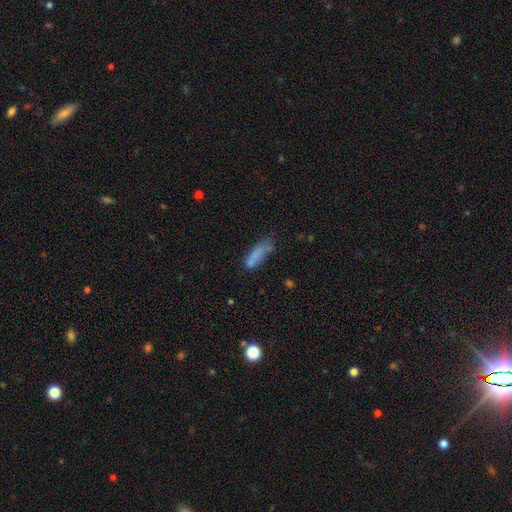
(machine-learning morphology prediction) Overall: smooth (76%). How rounded: cigar-shaped (55%; in between 43%). Merging: none (48%; minor disturbance 29%).